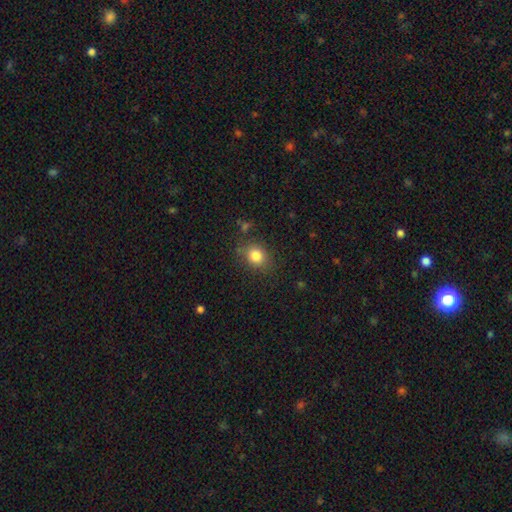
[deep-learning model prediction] The model was most divided on "how rounded": round: 62%, in between: 37%, cigar-shaped: 1%. More confident: smooth or featured — smooth (83%); merging — none (79%).